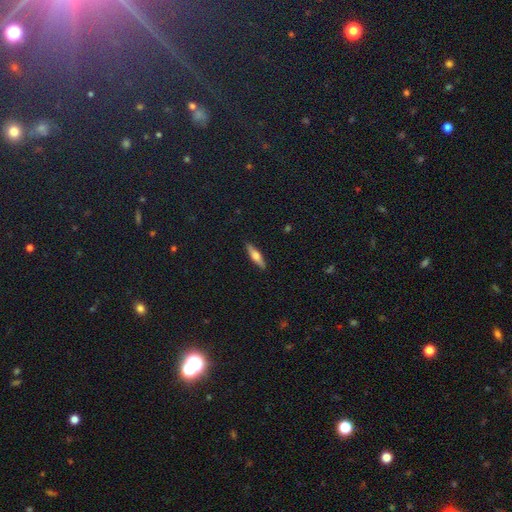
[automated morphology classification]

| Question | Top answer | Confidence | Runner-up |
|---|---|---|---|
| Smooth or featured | smooth | 50% | featured or disk (44%) |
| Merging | none | 90% | minor disturbance (8%) |